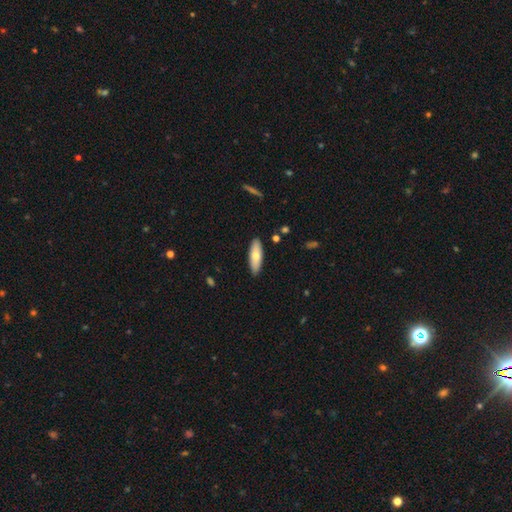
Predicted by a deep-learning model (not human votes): smooth 69%, featured or disk 25%, star or artifact 6%. Down the decision tree: how rounded — in between (56%); merging — none (89%).